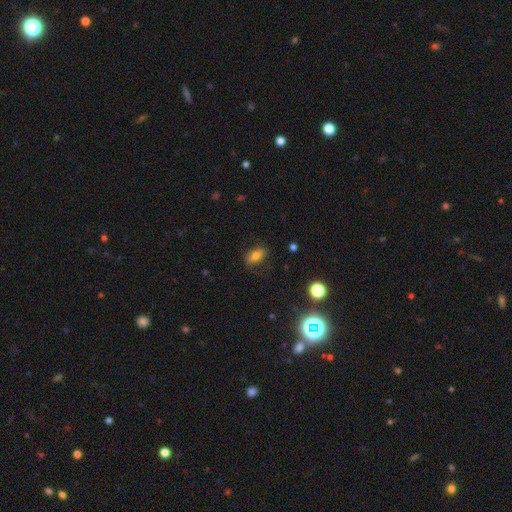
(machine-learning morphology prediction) This is likely a smooth galaxy (71%). How rounded: clearly in between (84%). Merging: likely none (79%).